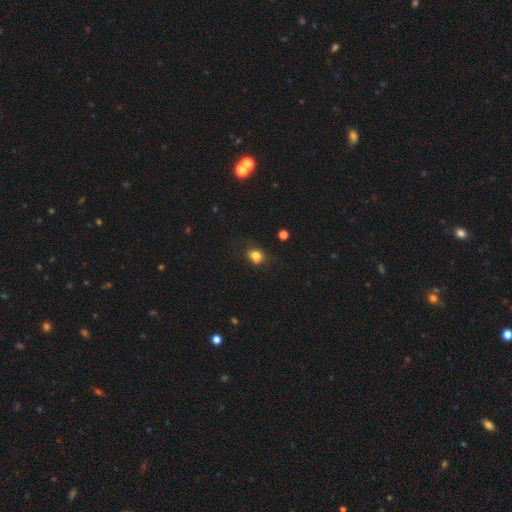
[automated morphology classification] This appears to be a smooth galaxy with no disk features (78%) that is round (54%). Merging: none (57%).